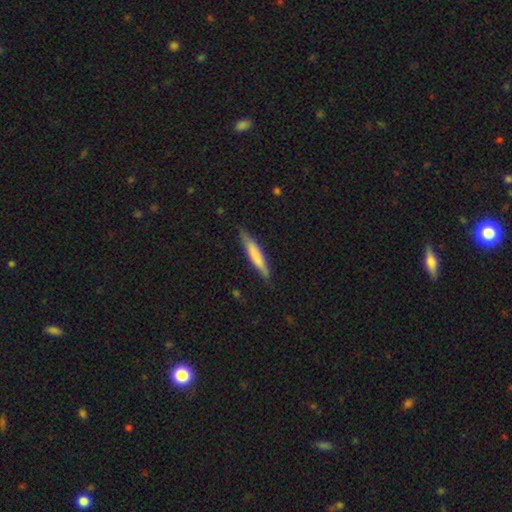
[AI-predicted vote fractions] Overall: smooth (71%). How rounded: cigar-shaped (90%). Merging: none (83%).